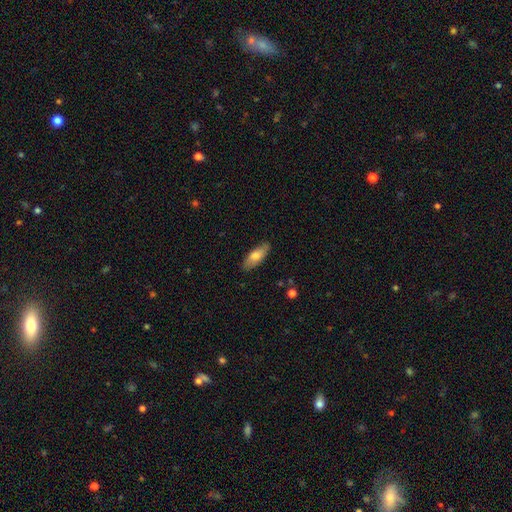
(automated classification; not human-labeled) This appears to be a smooth galaxy with no disk features (75%) that is in between round and cigar-shaped (71%). Merging: none (85%).